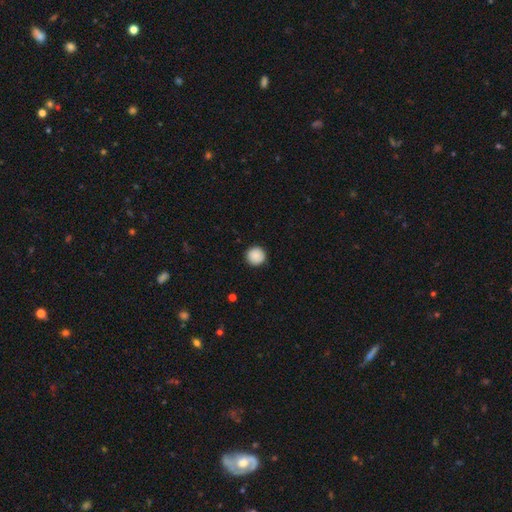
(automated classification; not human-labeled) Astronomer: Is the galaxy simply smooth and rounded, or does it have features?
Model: smooth — 89%.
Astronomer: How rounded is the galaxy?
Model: round — 96%.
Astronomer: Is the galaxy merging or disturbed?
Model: none — 92%.